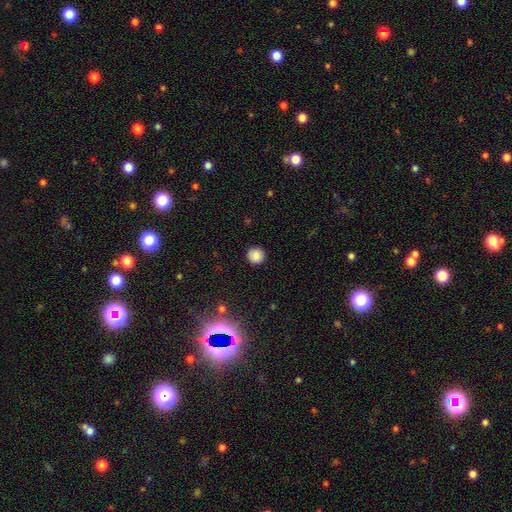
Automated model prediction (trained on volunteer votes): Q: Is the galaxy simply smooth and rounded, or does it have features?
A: smooth — 84%.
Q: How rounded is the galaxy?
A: round — 95%.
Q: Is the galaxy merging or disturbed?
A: none — 92%.